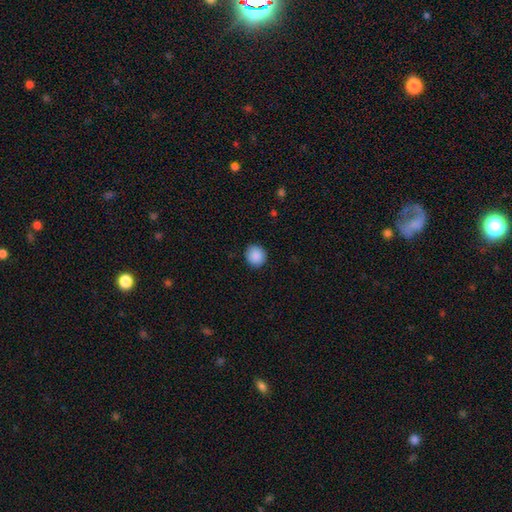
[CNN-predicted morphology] This is clearly a smooth galaxy (89%). How rounded: clearly round (87%). Merging: clearly none (89%).